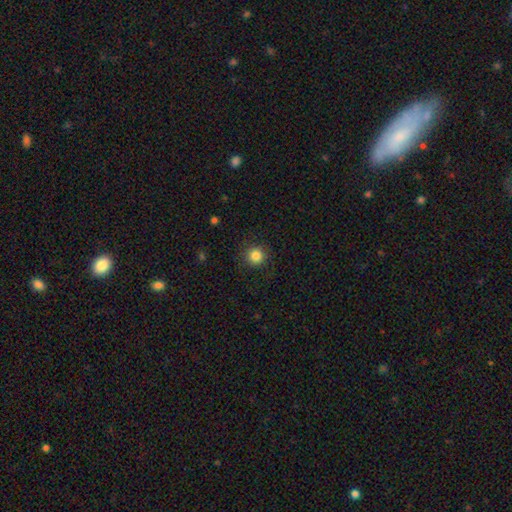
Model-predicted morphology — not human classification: smooth_or_featured: smooth (p=0.85) [alt: star or artifact p=0.11]
how_rounded: round (p=0.95) [alt: in between p=0.05]
merging: none (p=0.90) [alt: minor disturbance p=0.07]